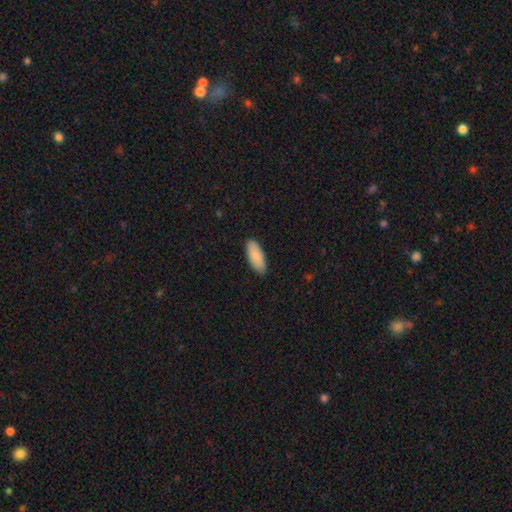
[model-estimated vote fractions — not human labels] A smooth galaxy with no disk features (89%) that is in between round and cigar-shaped (81%).

Vote fractions:
- Smooth or featured? smooth: 89% / featured or disk: 6% / star or artifact: 5%
- How rounded? in between: 81% / cigar-shaped: 17% / round: 2%
- Merging? none: 88% / minor disturbance: 9% / major disturbance: 2% / merger: 1%